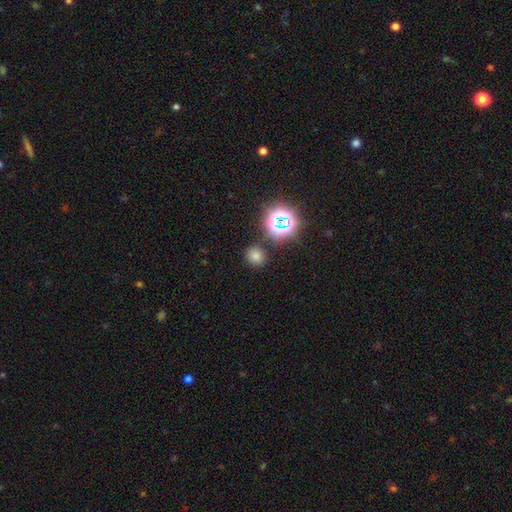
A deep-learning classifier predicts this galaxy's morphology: Smooth or featured? Predicted: smooth (p=0.70). How rounded? Predicted: round (p=0.85). Merging? Predicted: none (p=0.86).